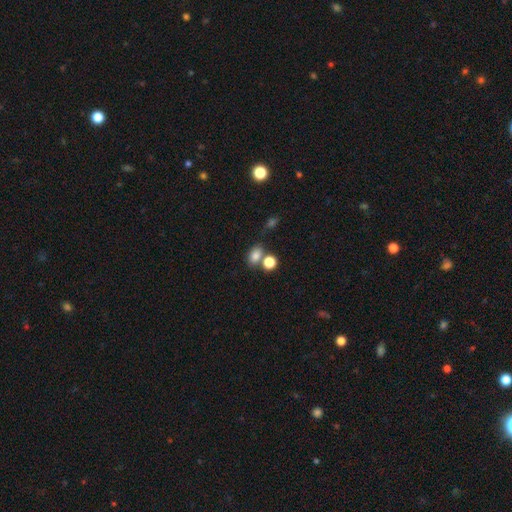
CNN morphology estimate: type=smooth (80%); roundness=in between (69%); merging=none (53%).